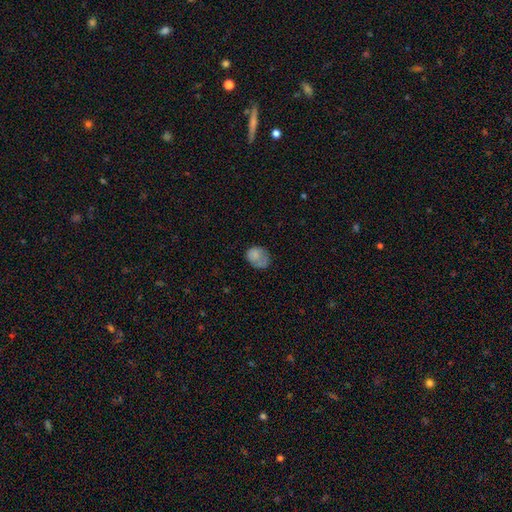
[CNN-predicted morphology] smooth-or-featured: smooth: 74% | featured or disk: 16% | star or artifact: 10%
  how-rounded: round: 51% | in between: 48% | cigar-shaped: 1%
  merging: none: 44% | minor disturbance: 31% | major disturbance: 21% | merger: 4%